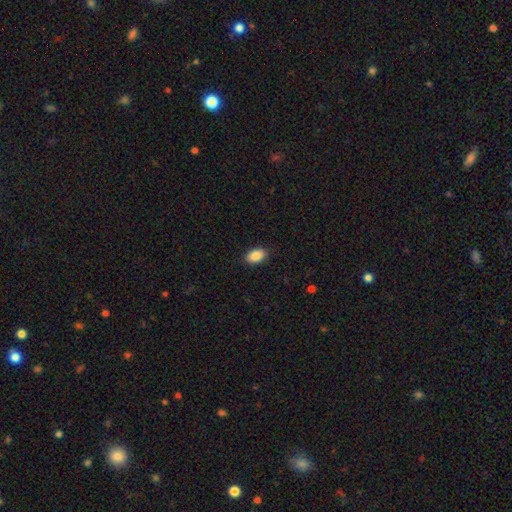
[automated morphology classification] Smooth or featured? smooth (89%)
How rounded? in between (91%)
Merging? none (89%)